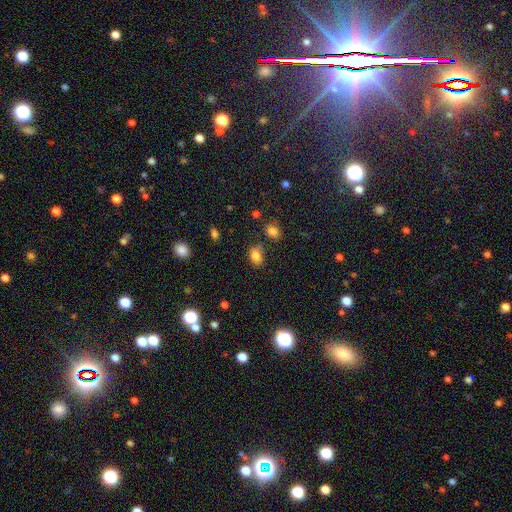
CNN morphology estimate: smooth-or-featured: smooth: 81% | star or artifact: 12% | featured or disk: 7%
  how-rounded: in between: 74% | round: 25% | cigar-shaped: 1%
  merging: none: 64% | minor disturbance: 22% | merger: 8% | major disturbance: 6%